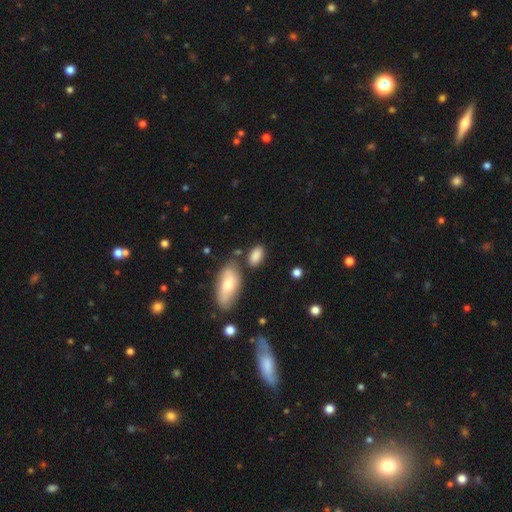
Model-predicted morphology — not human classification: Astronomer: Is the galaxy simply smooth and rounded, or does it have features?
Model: smooth — 86%.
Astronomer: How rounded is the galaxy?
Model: in between — 89%.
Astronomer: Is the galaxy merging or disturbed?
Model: none — 67%.